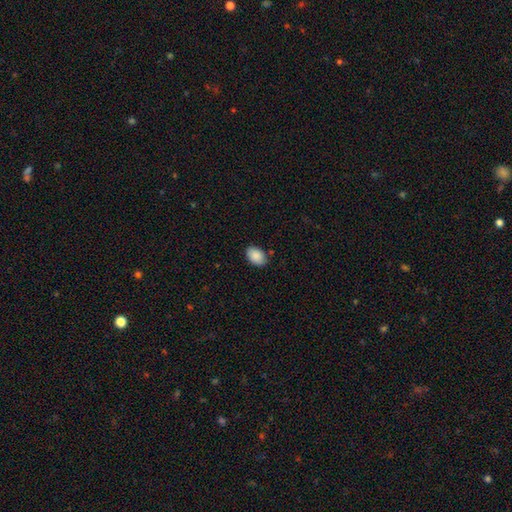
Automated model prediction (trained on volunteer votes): This is clearly a smooth galaxy (89%). How rounded: clearly in between (85%). Merging: clearly none (83%).